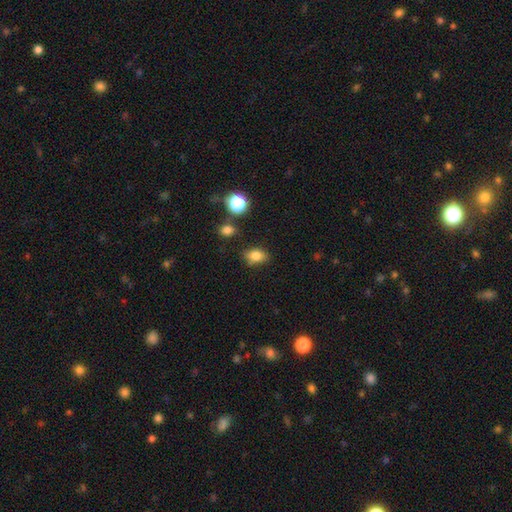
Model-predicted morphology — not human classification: Q: Smooth or featured?
A: smooth (80%); runner-up: star or artifact (12%)
Q: How rounded?
A: in between (76%); runner-up: round (22%)
Q: Merging?
A: none (73%); runner-up: minor disturbance (18%)